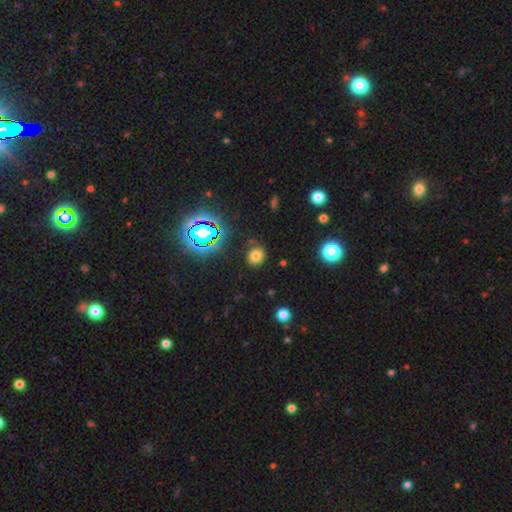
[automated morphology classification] A smooth galaxy with no disk features (71%) that is round (75%). Merging: none (83%).